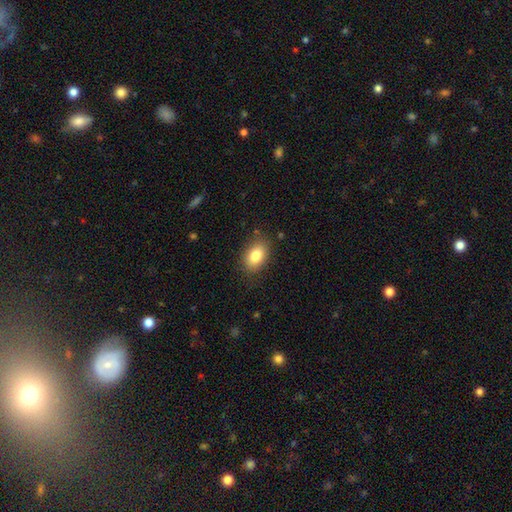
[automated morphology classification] Smooth or featured? smooth (83%)
How rounded? in between (84%)
Merging? none (82%)